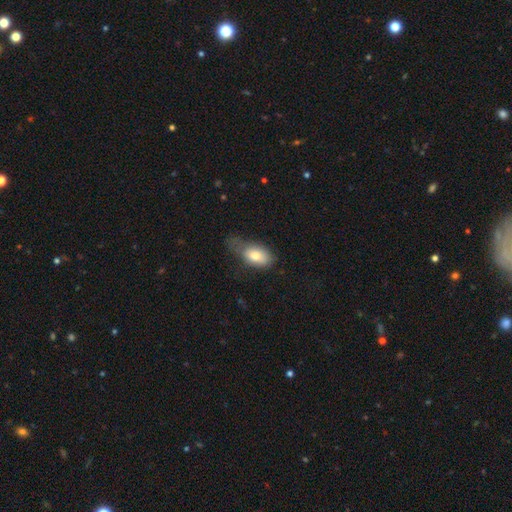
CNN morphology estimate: Smooth or featured? Predicted: smooth (p=0.76). How rounded? Predicted: in between (p=0.89). Merging? Predicted: minor disturbance (p=0.39).